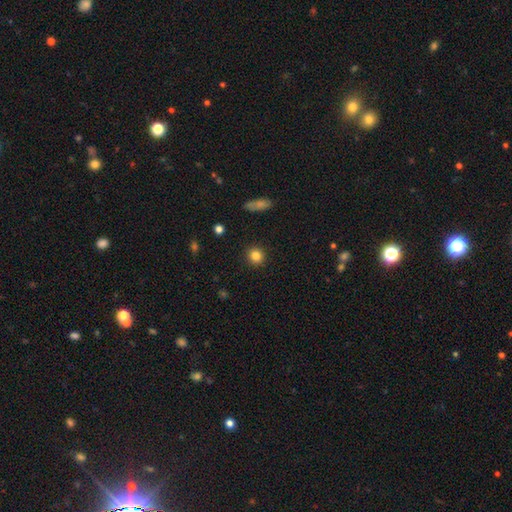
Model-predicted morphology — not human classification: The model was most divided on "smooth or featured": smooth: 84%, star or artifact: 11%, featured or disk: 6%. More confident: merging — none (91%); how rounded — round (90%).